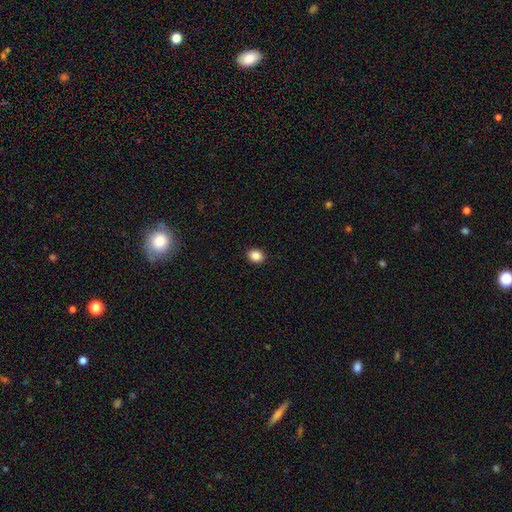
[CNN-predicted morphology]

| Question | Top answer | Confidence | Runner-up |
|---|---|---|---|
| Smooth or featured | smooth | 87% | star or artifact (9%) |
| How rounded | round | 54% | in between (46%) |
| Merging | none | 91% | minor disturbance (6%) |